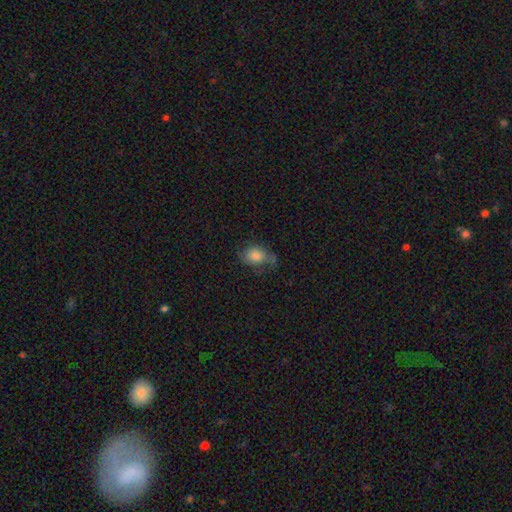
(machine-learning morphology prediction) This appears to be a smooth galaxy with no disk features (74%) that is in between round and cigar-shaped (62%). Merging: none (47%).